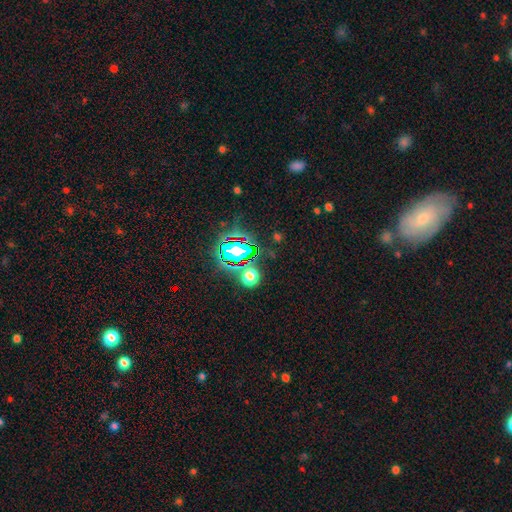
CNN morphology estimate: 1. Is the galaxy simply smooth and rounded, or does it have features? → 76% star or artifact, 13% smooth, 11% featured or disk.